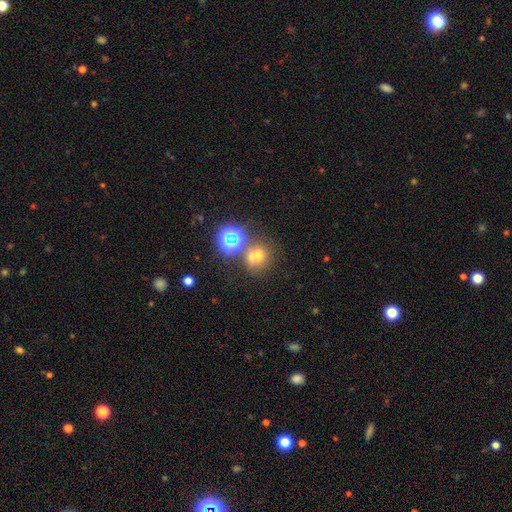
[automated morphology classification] type=smooth (56%); roundness=round (77%); merging=none (45%).